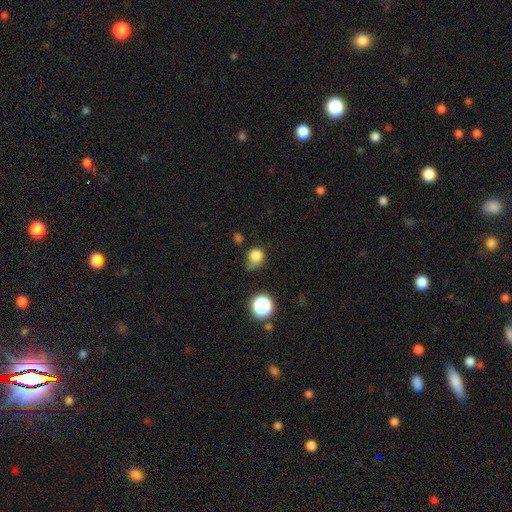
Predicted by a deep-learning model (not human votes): smooth-or-featured: smooth: 81% | star or artifact: 13% | featured or disk: 6%
  how-rounded: round: 75% | in between: 24% | cigar-shaped: 1%
  merging: none: 41% | minor disturbance: 36% | major disturbance: 17% | merger: 5%